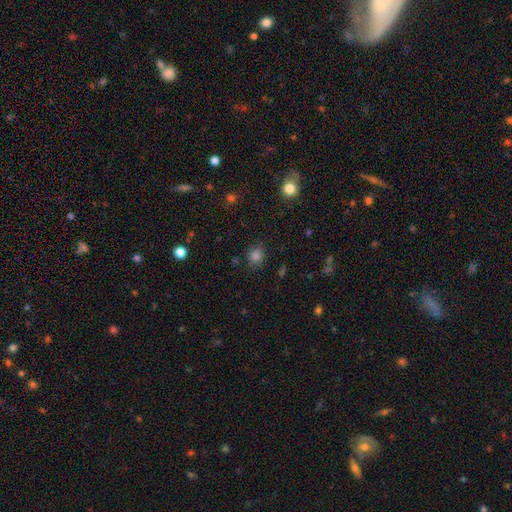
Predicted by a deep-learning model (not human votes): Smooth or featured: smooth — 80% (star or artifact — 15%)
How rounded: round — 78% (in between — 21%)
Merging: none — 83% (minor disturbance — 12%)